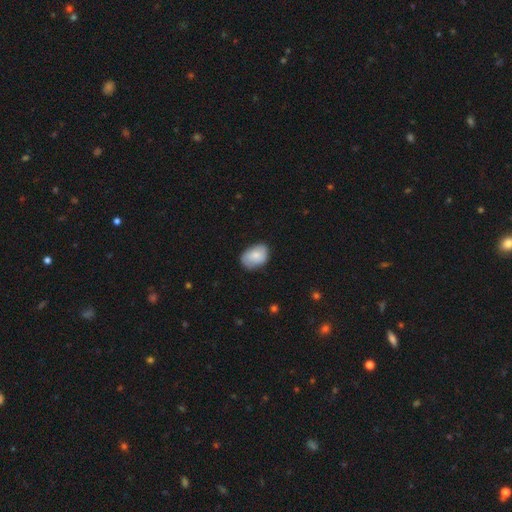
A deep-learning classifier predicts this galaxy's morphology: A smooth galaxy with no disk features (80%) that is in between round and cigar-shaped (83%). Merging: none (72%).